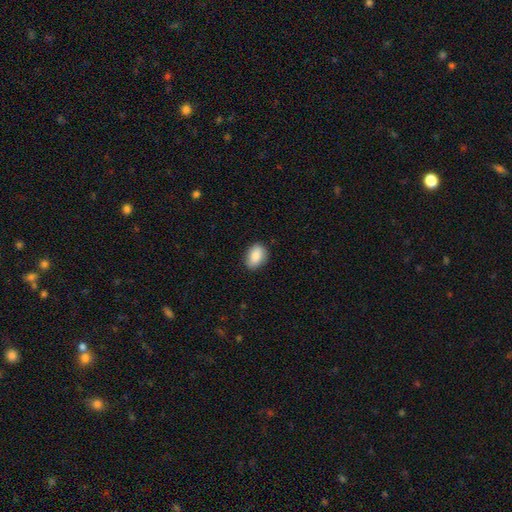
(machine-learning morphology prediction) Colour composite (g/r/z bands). It shows a smooth galaxy with no disk features (87%) that is in between round and cigar-shaped (82%). Merging: none (86%).